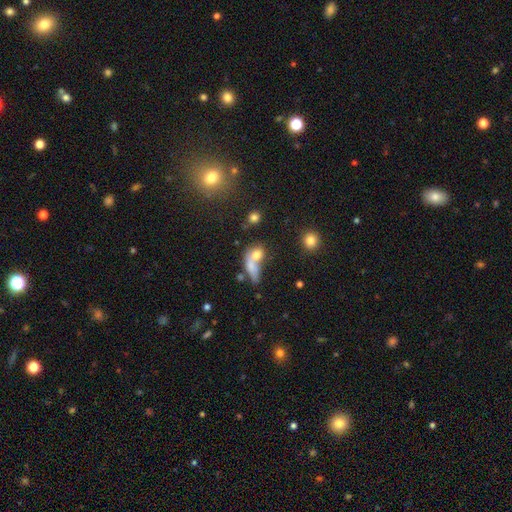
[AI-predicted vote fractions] smooth_or_featured: smooth (p=0.67) [alt: featured or disk p=0.21]
how_rounded: in between (p=0.59) [alt: round p=0.31]
merging: merger (p=0.61) [alt: none p=0.20]